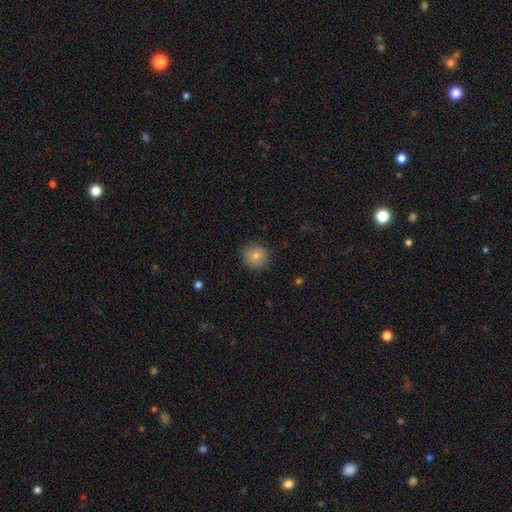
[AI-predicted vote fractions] Smooth or featured? smooth (79%)
How rounded? round (92%)
Merging? none (87%)